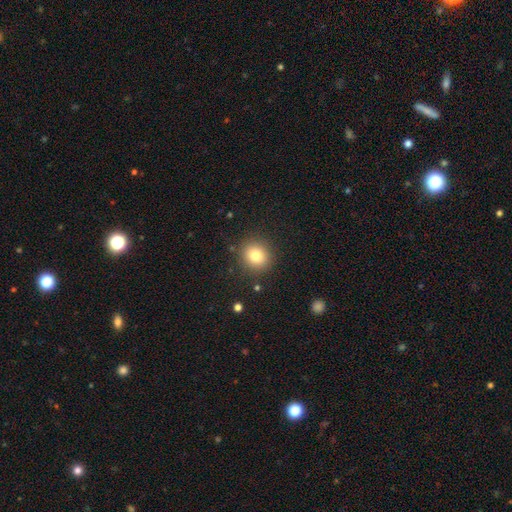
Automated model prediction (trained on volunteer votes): Morphology: type=smooth (80%); roundness=round (87%); merging=none (88%).